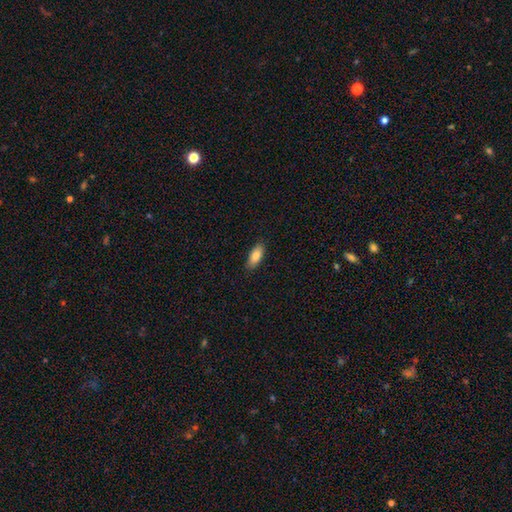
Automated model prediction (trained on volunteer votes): This appears to be a smooth galaxy with no disk features (82%) that is in between round and cigar-shaped (83%). Merging: none (87%).